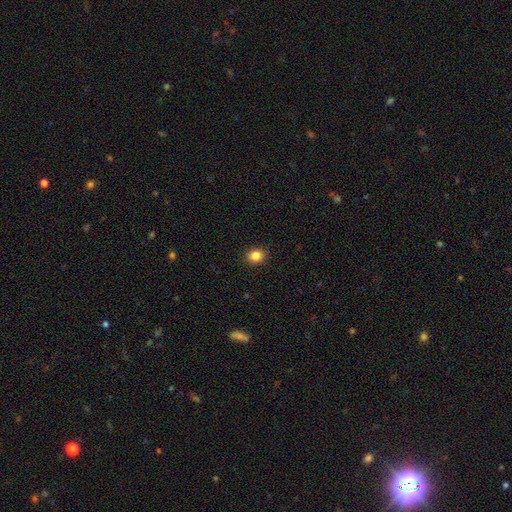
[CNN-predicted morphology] Smooth or featured?
  - smooth: 85% *
  - star or artifact: 11%
  - featured or disk: 5%
How rounded?
  - round: 68% *
  - in between: 32%
  - cigar-shaped: 1%
Merging?
  - none: 91% *
  - minor disturbance: 6%
  - major disturbance: 2%
  - merger: 1%